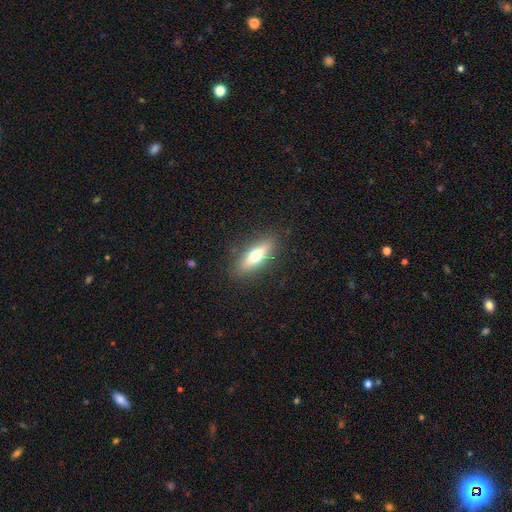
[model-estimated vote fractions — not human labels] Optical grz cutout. It shows a smooth galaxy with no disk features (58%) that is cigar-shaped (53%). Merging: none (86%).